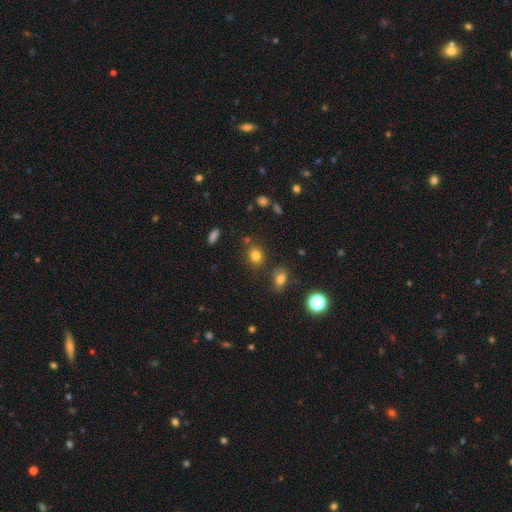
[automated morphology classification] Overall: smooth (79%). How rounded: round (62%; in between 36%). Merging: none (77%).